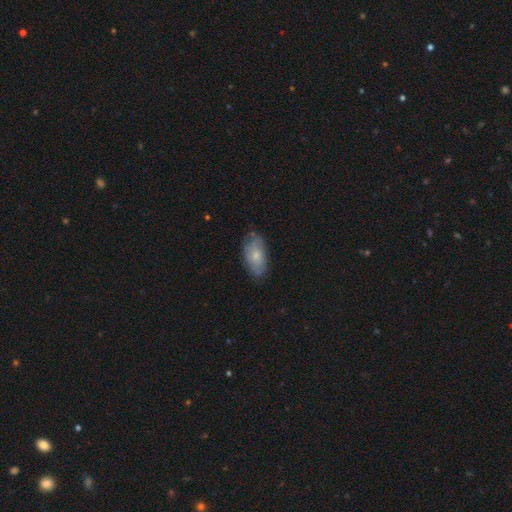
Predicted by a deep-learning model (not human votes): Smooth or featured? Predicted: smooth (p=0.67). How rounded? Predicted: in between (p=0.93). Merging? Predicted: none (p=0.68).